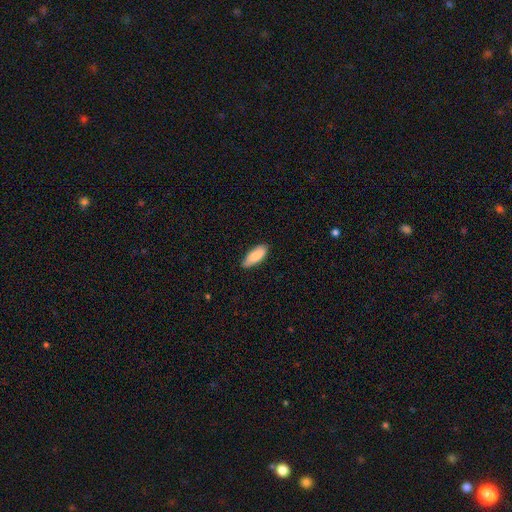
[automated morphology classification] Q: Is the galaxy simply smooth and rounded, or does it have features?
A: smooth — 83%.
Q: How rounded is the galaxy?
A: in between — 80%.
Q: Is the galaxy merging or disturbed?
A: none — 82%.